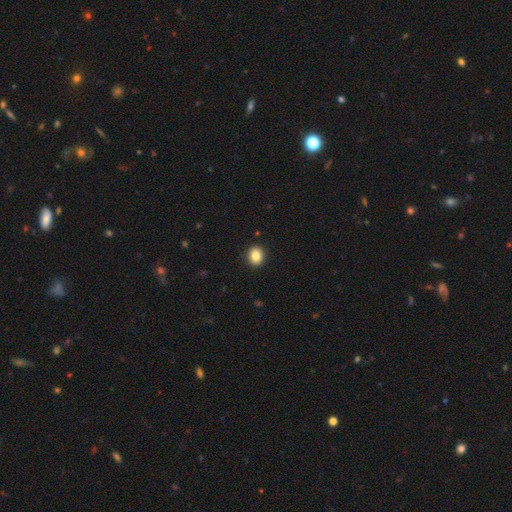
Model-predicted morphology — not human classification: The model was most divided on "how rounded": round: 58%, in between: 41%, cigar-shaped: 1%. More confident: merging — none (91%); smooth or featured — smooth (86%).